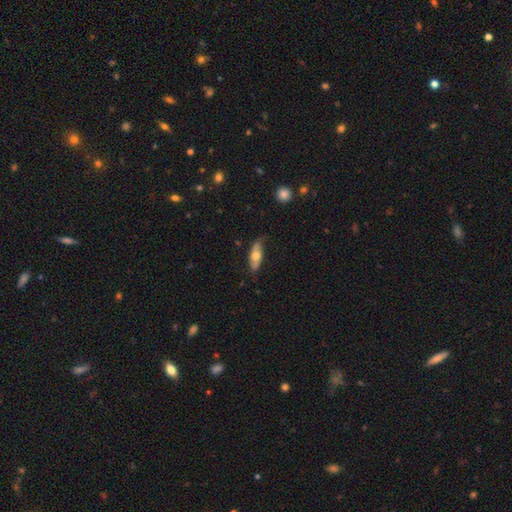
smooth-or-featured: smooth: 54% | featured or disk: 46% | star or artifact: 0%
  how-rounded: in between: 76% | cigar-shaped: 19% | round: 5%
  merging: none: 67% | minor disturbance: 26% | major disturbance: 8% | merger: 0%